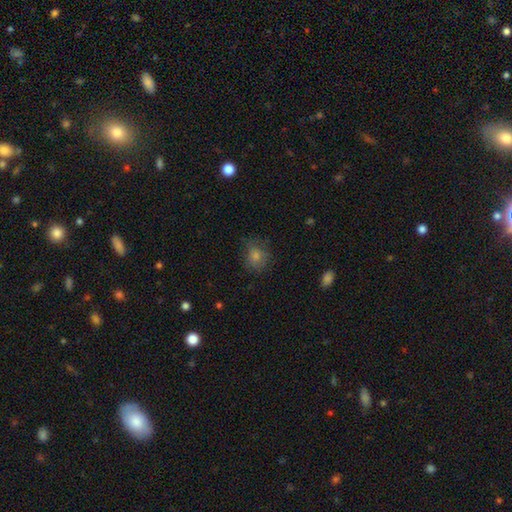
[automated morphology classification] Smooth or featured: smooth — 70% (star or artifact — 17%)
How rounded: round — 75% (in between — 24%)
Merging: none — 74% (minor disturbance — 18%)